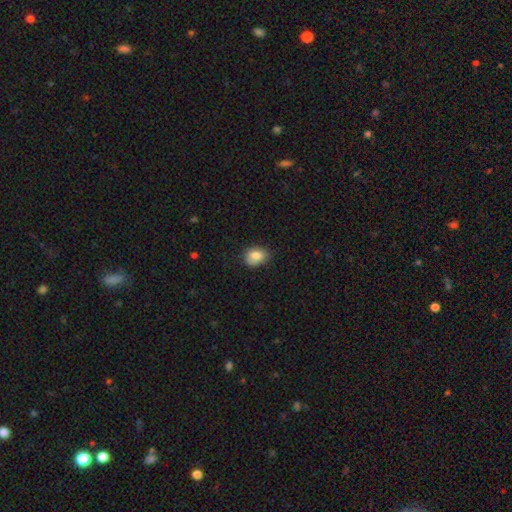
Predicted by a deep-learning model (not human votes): Smooth or featured: smooth — 83% (featured or disk — 9%)
How rounded: in between — 64% (round — 35%)
Merging: none — 67% (minor disturbance — 26%)